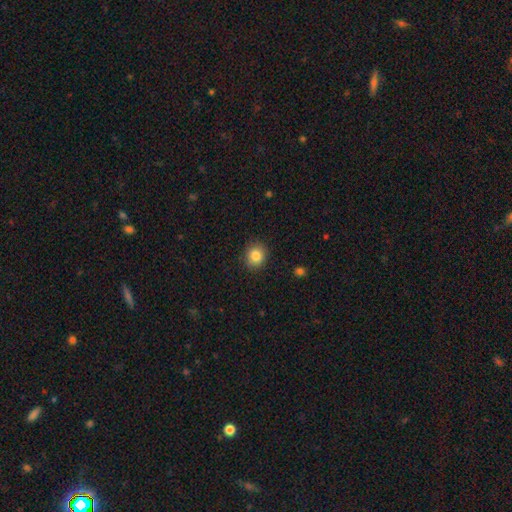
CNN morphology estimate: smooth-or-featured: smooth: 85% | star or artifact: 10% | featured or disk: 5%
  how-rounded: round: 79% | in between: 20% | cigar-shaped: 1%
  merging: none: 88% | minor disturbance: 8% | major disturbance: 2% | merger: 1%